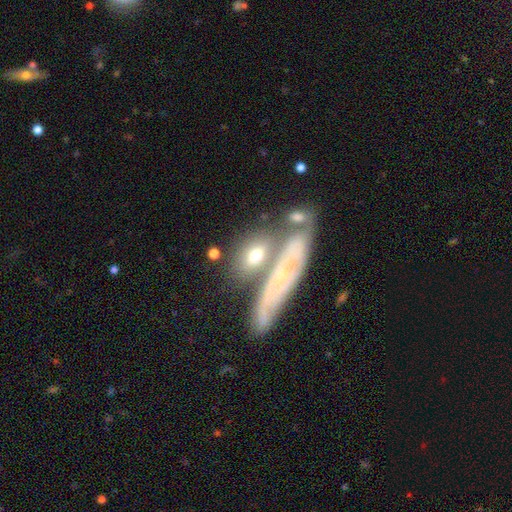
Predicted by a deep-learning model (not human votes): smooth-or-featured: smooth: 61% | featured or disk: 31% | star or artifact: 8%
  how-rounded: in between: 67% | cigar-shaped: 19% | round: 13%
  merging: none: 54% | merger: 21% | minor disturbance: 18% | major disturbance: 8%